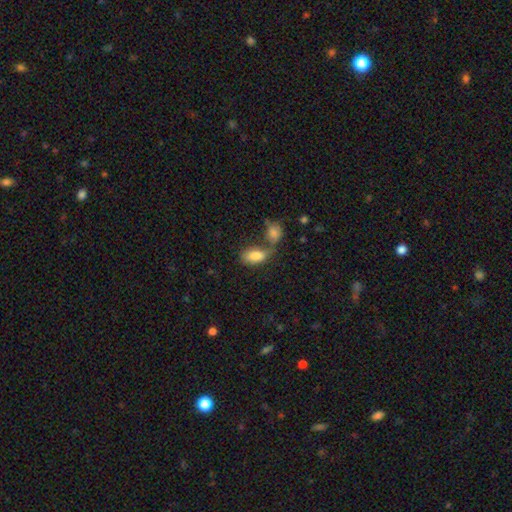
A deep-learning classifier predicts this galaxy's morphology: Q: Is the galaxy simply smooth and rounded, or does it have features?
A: smooth — 84%.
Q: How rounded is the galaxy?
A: in between — 91%.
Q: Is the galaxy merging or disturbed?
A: merger — 42%.